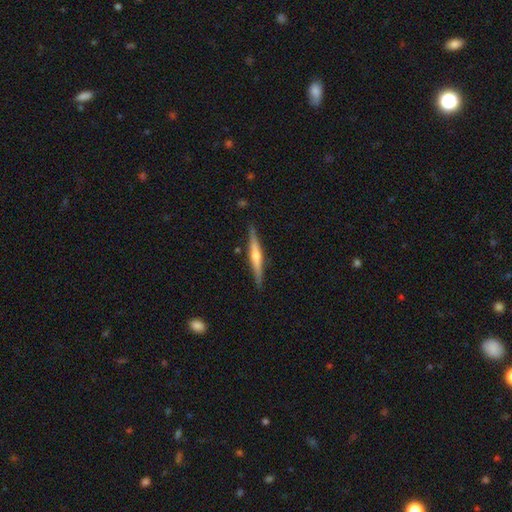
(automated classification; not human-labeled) Smooth or featured?
  - featured or disk: 70% *
  - smooth: 24%
  - star or artifact: 6%
Edge-on disk?
  - yes: 98% *
  - no: 2%
Edge-on bulge?
  - rounded: 78% *
  - none: 14%
  - boxy: 8%
Merging?
  - none: 89% *
  - minor disturbance: 8%
  - major disturbance: 1%
  - merger: 1%